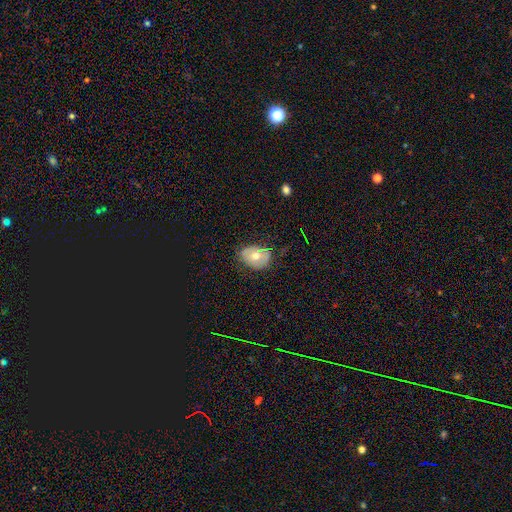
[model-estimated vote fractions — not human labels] Overall: smooth (49%; featured or disk 41%). Merging: none (67%).